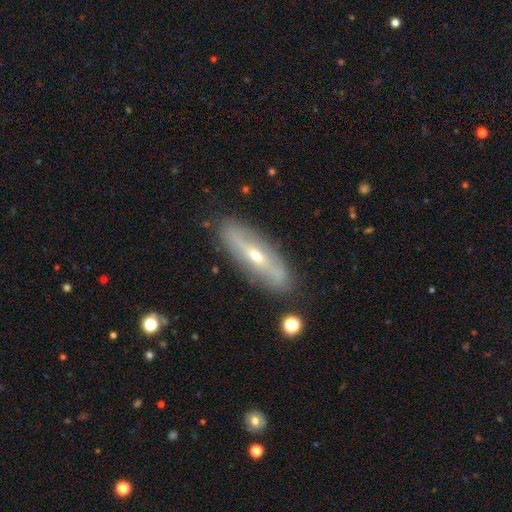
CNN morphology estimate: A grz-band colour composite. It shows a featured or disk galaxy (67%). Merging: none (85%).